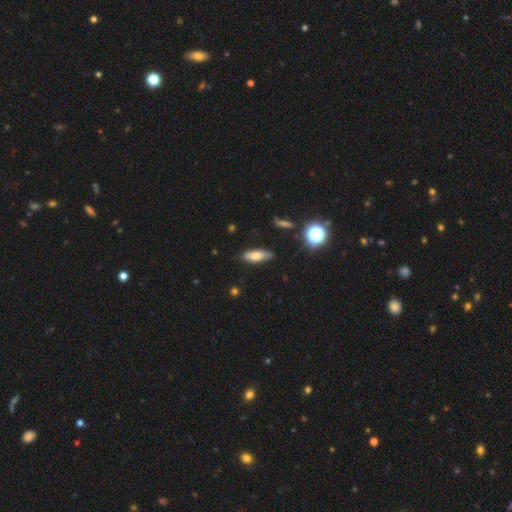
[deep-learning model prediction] The model was most divided on "how rounded": in between: 63%, cigar-shaped: 33%, round: 4%. More confident: merging — none (82%); smooth or featured — smooth (71%).